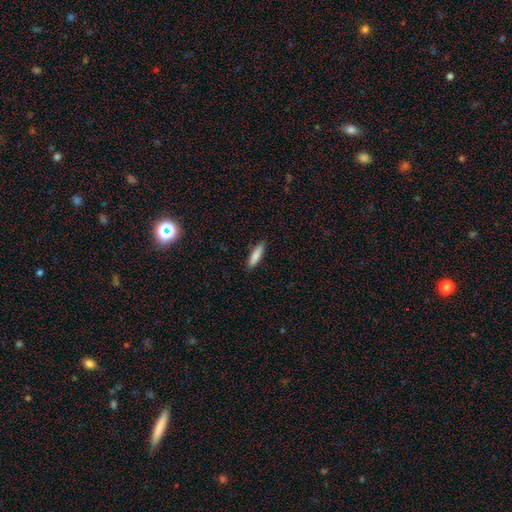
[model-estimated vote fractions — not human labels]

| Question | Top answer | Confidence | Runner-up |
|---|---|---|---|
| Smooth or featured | smooth | 85% | featured or disk (9%) |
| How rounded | cigar-shaped | 75% | in between (24%) |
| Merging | none | 89% | minor disturbance (8%) |